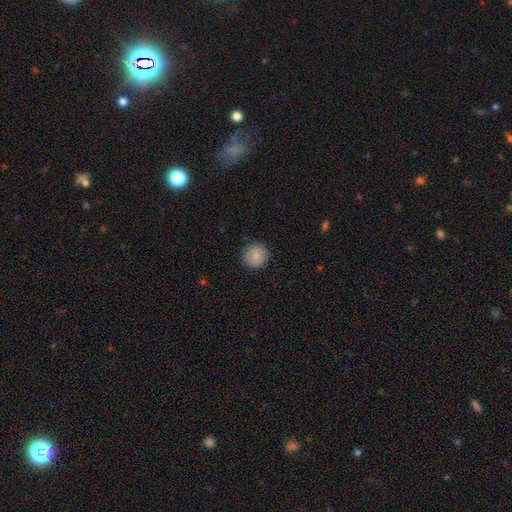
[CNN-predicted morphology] Q: Smooth or featured?
A: smooth (83%); runner-up: featured or disk (10%)
Q: How rounded?
A: round (91%); runner-up: in between (8%)
Q: Merging?
A: none (89%); runner-up: minor disturbance (8%)